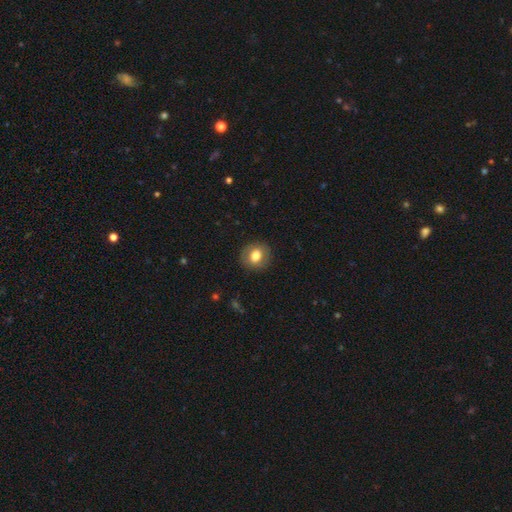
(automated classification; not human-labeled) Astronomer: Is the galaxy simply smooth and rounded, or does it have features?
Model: smooth — 72%.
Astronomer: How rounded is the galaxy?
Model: round — 75%.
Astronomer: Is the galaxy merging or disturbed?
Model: none — 87%.